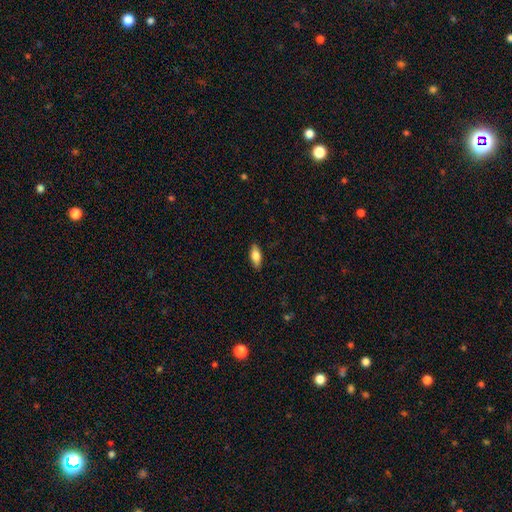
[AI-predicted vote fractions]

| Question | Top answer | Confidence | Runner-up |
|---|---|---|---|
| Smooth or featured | smooth | 80% | featured or disk (14%) |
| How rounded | in between | 81% | cigar-shaped (17%) |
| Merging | none | 87% | minor disturbance (10%) |